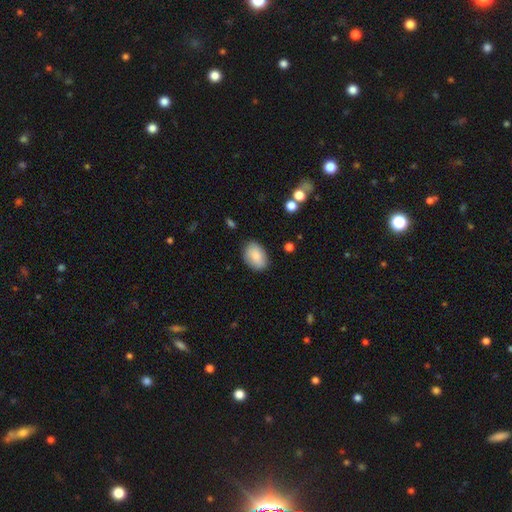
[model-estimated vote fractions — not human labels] Smooth or featured?
  - smooth: 85% *
  - featured or disk: 8%
  - star or artifact: 7%
How rounded?
  - in between: 86% *
  - round: 12%
  - cigar-shaped: 1%
Merging?
  - none: 84% *
  - minor disturbance: 12%
  - major disturbance: 3%
  - merger: 1%